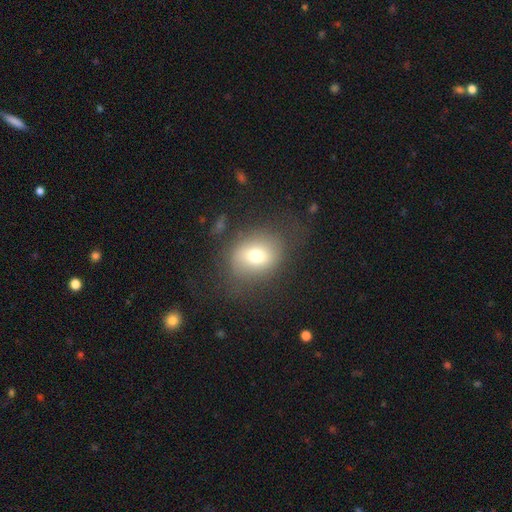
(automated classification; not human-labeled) Morphology: type=smooth (68%); roundness=round (55%); merging=none (66%).